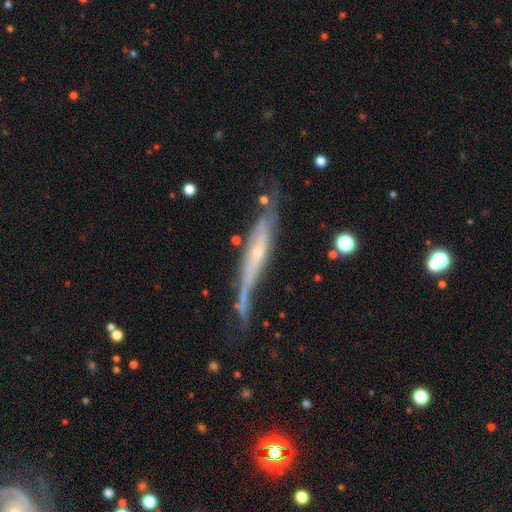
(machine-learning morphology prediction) featured or disk 74%, smooth 19%, star or artifact 7%. Down the decision tree: edge-on disk — yes (75%); edge-on bulge — rounded (48%); merging — none (50%).